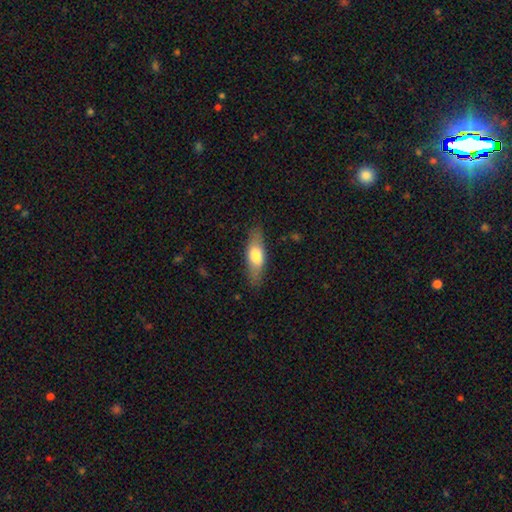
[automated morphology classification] Smooth or featured: smooth — 65% (featured or disk — 28%)
How rounded: in between — 58% (cigar-shaped — 39%)
Merging: none — 82% (minor disturbance — 13%)